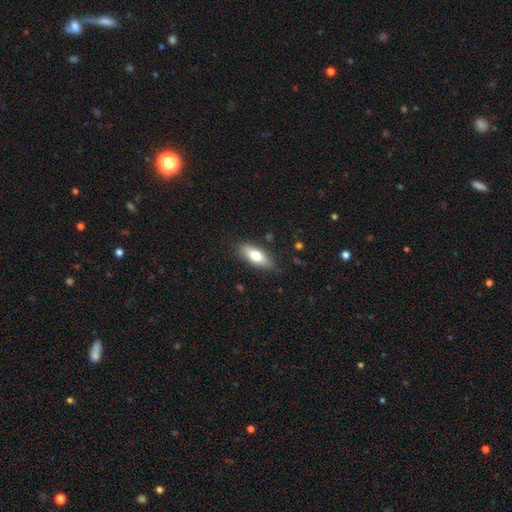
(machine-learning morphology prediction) Smooth or featured: smooth — 70% (featured or disk — 23%)
How rounded: in between — 75% (cigar-shaped — 22%)
Merging: none — 80% (minor disturbance — 15%)